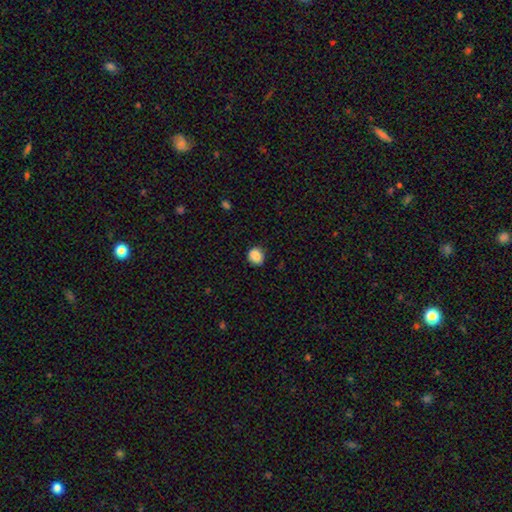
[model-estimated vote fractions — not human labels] Q: Smooth or featured?
A: smooth (82%); runner-up: star or artifact (9%)
Q: How rounded?
A: round (79%); runner-up: in between (20%)
Q: Merging?
A: none (74%); runner-up: minor disturbance (18%)